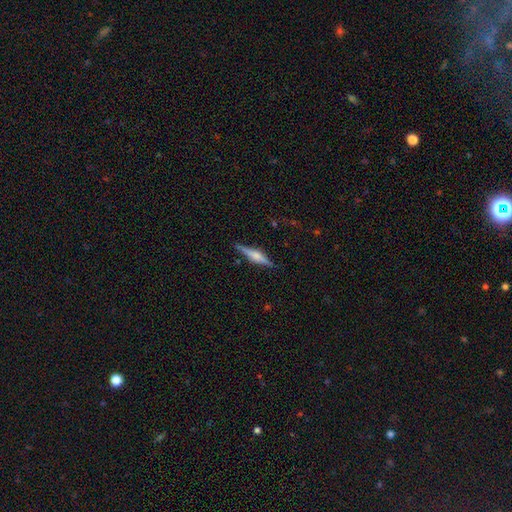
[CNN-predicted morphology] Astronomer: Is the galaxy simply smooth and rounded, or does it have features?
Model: featured or disk — 70%.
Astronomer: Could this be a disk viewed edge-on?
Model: yes — 98%.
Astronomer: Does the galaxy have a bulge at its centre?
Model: rounded — 77%.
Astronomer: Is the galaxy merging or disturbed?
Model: none — 87%.